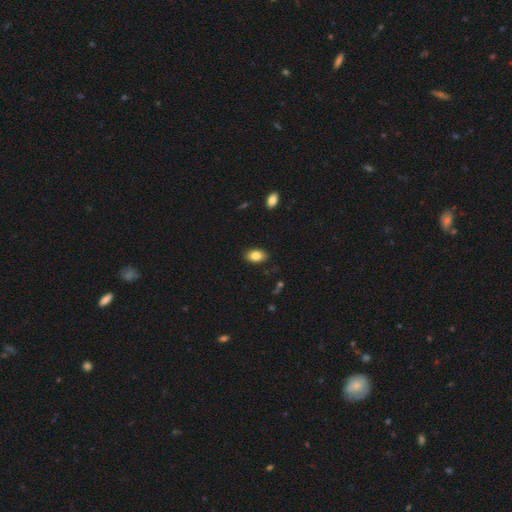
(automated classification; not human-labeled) smooth_or_featured: smooth (p=0.84) [alt: featured or disk p=0.08]
how_rounded: in between (p=0.90) [alt: round p=0.08]
merging: none (p=0.88) [alt: minor disturbance p=0.09]